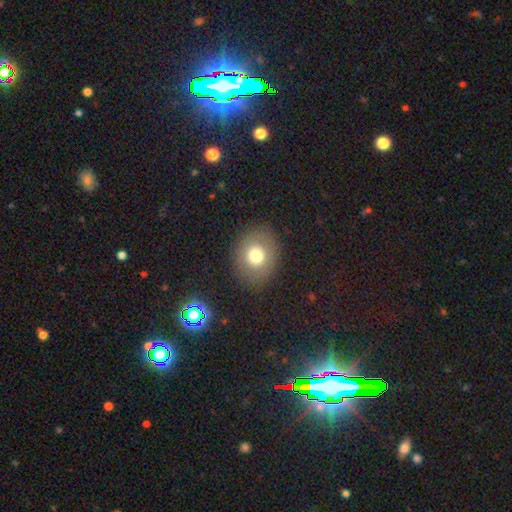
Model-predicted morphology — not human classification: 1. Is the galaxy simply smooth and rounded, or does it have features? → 71% smooth, 17% featured or disk, 12% star or artifact.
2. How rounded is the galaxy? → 62% round, 37% in between, 1% cigar-shaped.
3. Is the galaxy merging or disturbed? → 85% none, 10% minor disturbance, 4% major disturbance, 1% merger.